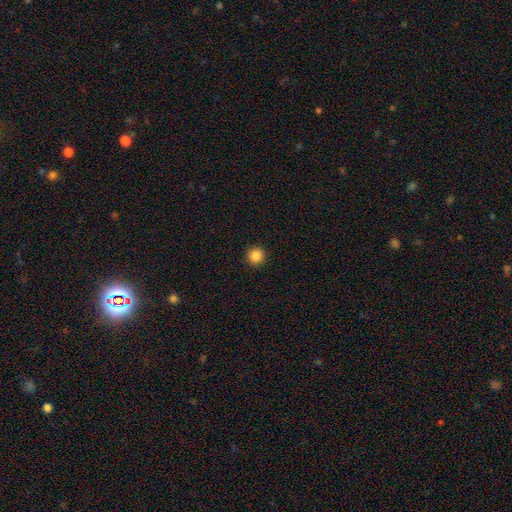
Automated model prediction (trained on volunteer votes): Q: Smooth or featured?
A: smooth (86%); runner-up: star or artifact (11%)
Q: How rounded?
A: round (95%); runner-up: in between (4%)
Q: Merging?
A: none (93%); runner-up: minor disturbance (4%)